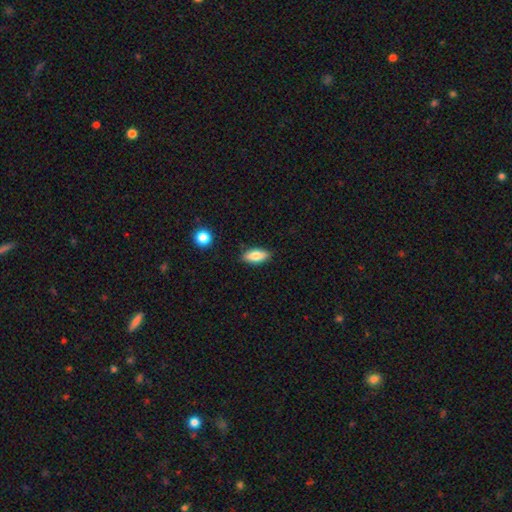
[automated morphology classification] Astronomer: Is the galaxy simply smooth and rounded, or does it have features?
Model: smooth — 77%.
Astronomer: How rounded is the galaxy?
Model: in between — 83%.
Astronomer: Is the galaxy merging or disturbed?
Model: none — 86%.